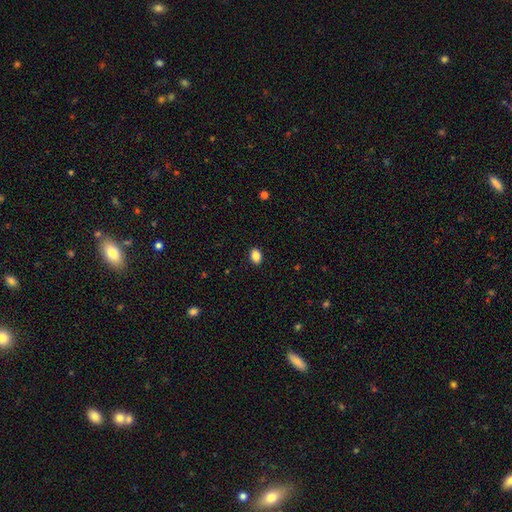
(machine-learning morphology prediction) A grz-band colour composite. It shows a smooth galaxy with no disk features (88%) that is in between round and cigar-shaped (75%). Merging: none (90%).